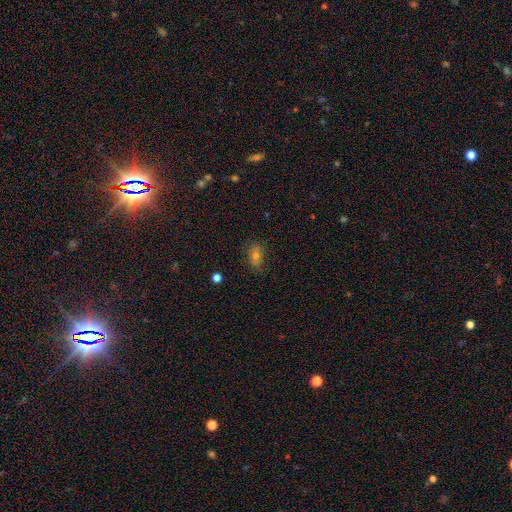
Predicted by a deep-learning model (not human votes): A smooth galaxy with no disk features (54%) that is in between round and cigar-shaped (74%).

Vote fractions:
- Smooth or featured? smooth: 54% / star or artifact: 25% / featured or disk: 21%
- How rounded? in between: 74% / round: 22% / cigar-shaped: 4%
- Merging? none: 75% / minor disturbance: 18% / major disturbance: 5% / merger: 2%